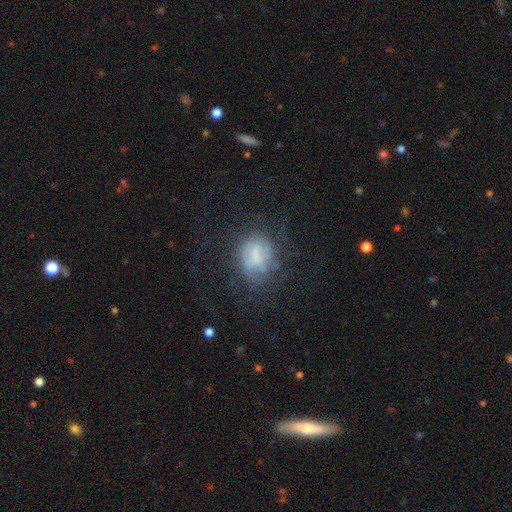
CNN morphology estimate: A smooth galaxy with no disk features (44%). Merging: none (54%).